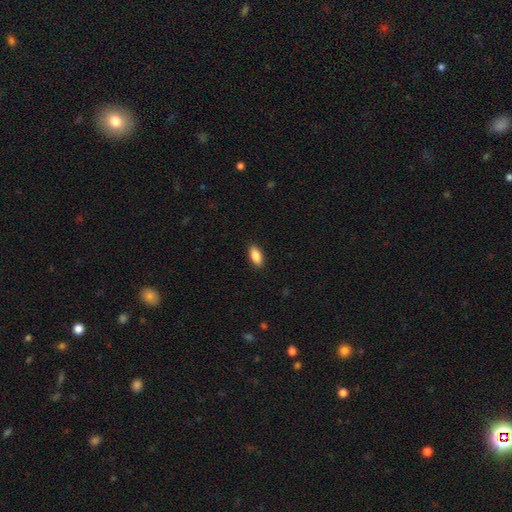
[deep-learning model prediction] Smooth or featured: smooth — 88% (star or artifact — 7%)
How rounded: in between — 88% (cigar-shaped — 9%)
Merging: none — 90% (minor disturbance — 8%)